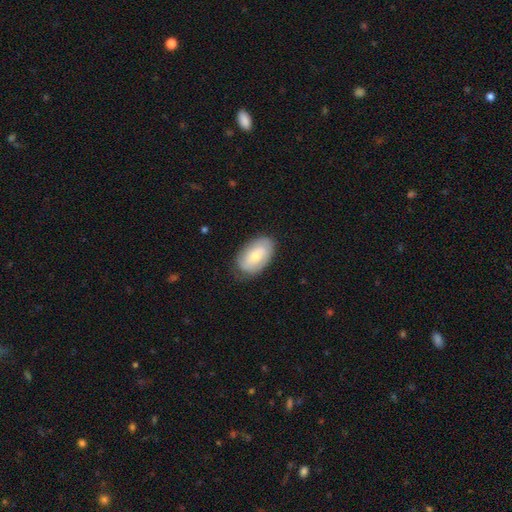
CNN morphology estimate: smooth_or_featured: smooth (p=0.59) [alt: featured or disk p=0.35]
how_rounded: in between (p=0.91) [alt: round p=0.07]
merging: none (p=0.78) [alt: minor disturbance p=0.17]